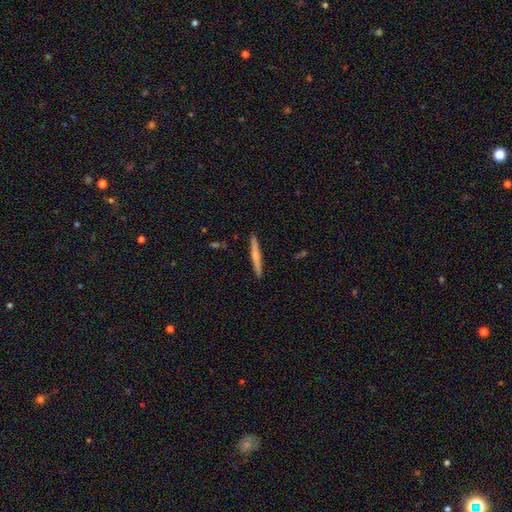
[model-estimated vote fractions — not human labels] A smooth galaxy with no disk features (52%) that is cigar-shaped (95%). Merging: none (91%).